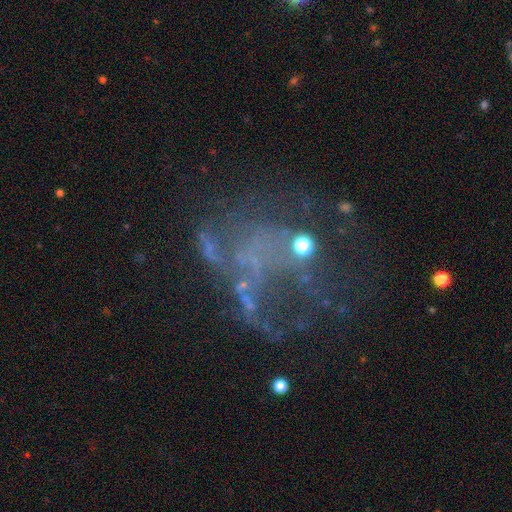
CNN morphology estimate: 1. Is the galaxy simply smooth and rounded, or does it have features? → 57% featured or disk, 28% star or artifact, 15% smooth.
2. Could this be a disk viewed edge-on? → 98% no, 2% yes.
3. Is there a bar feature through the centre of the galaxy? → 91% no, 7% weak, 2% strong.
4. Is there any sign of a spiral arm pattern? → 86% no, 14% yes.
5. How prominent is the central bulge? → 77% none, 14% small, 6% moderate, 2% large, 1% dominant.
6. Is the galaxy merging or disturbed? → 41% major disturbance, 35% none, 12% minor disturbance, 11% merger.